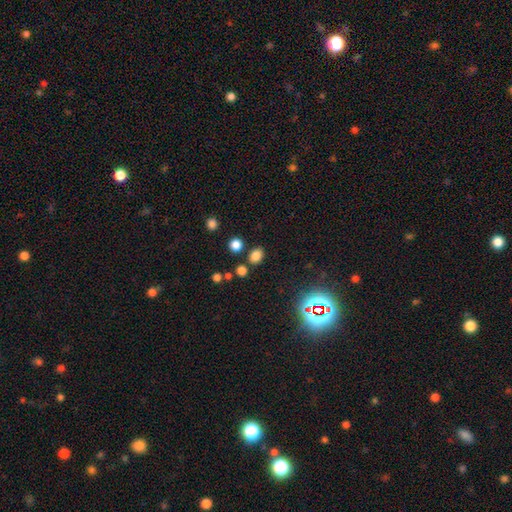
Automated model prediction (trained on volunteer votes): This is likely a smooth galaxy (78%). How rounded: possibly in between (52%). Merging: likely none (79%).